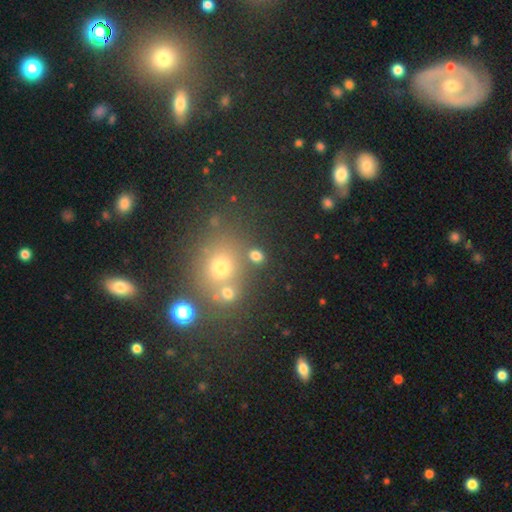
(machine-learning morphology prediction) The model was most divided on "how rounded": round: 60%, in between: 38%, cigar-shaped: 2%. More confident: smooth or featured — smooth (74%); merging — none (73%).